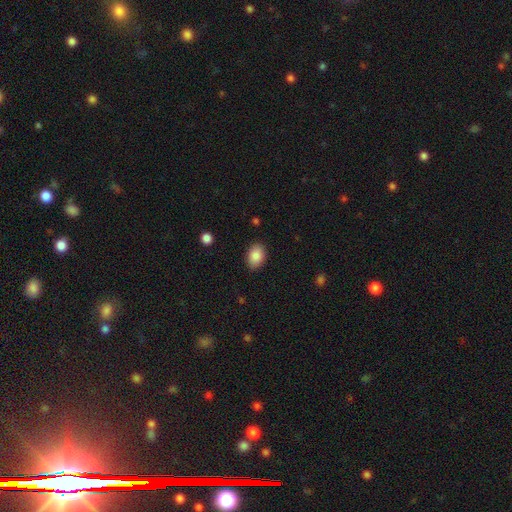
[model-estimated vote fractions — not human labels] Q: Smooth or featured?
A: smooth (88%); runner-up: star or artifact (7%)
Q: How rounded?
A: in between (83%); runner-up: round (16%)
Q: Merging?
A: none (88%); runner-up: minor disturbance (9%)